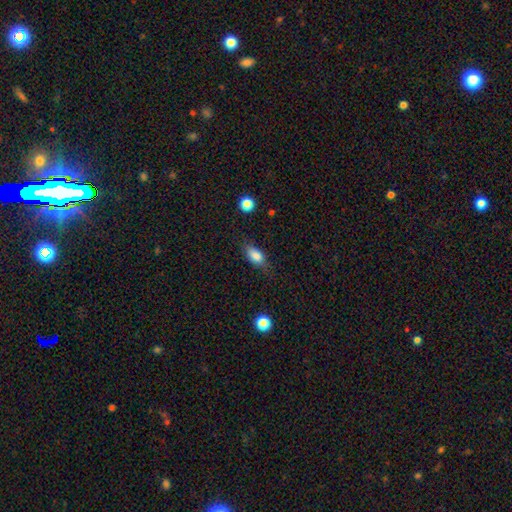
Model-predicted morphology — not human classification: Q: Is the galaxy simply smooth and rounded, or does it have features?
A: smooth — 82%.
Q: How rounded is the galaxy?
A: in between — 84%.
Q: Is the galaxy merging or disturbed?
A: none — 73%.